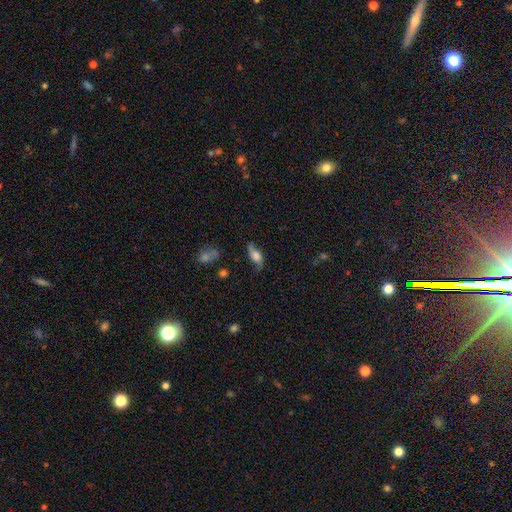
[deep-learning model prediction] Smooth or featured: smooth — 54% (featured or disk — 37%)
How rounded: in between — 78% (cigar-shaped — 17%)
Merging: none — 62% (minor disturbance — 25%)